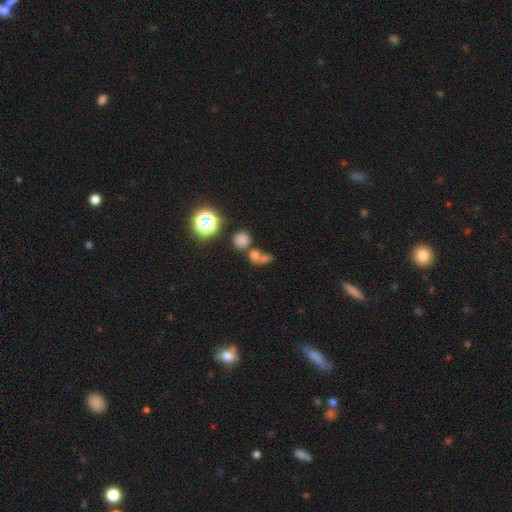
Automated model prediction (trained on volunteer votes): The model was most divided on "merging": merger: 52%, none: 34%, minor disturbance: 8%, major disturbance: 6%. More confident: how rounded — round (70%); smooth or featured — smooth (67%).